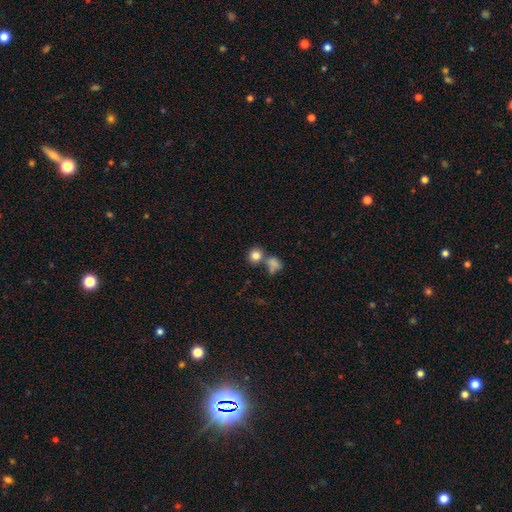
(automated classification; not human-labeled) Smooth or featured?
  - smooth: 82% *
  - star or artifact: 11%
  - featured or disk: 7%
How rounded?
  - round: 80% *
  - in between: 19%
  - cigar-shaped: 1%
Merging?
  - none: 55% *
  - merger: 31%
  - minor disturbance: 9%
  - major disturbance: 4%